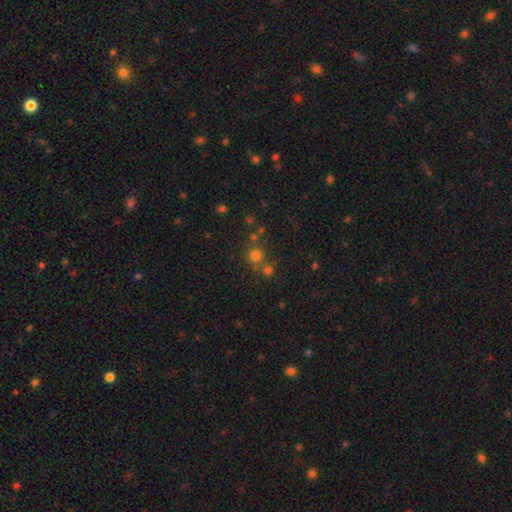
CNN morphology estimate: Smooth or featured? smooth (70%)
How rounded? round (90%)
Merging? none (65%)